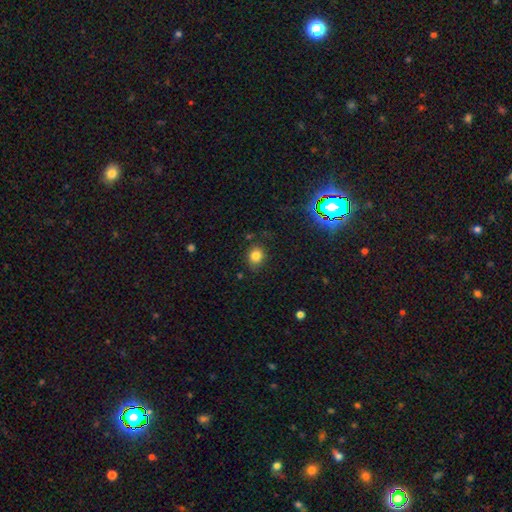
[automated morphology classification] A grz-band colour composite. It shows a smooth galaxy with no disk features (81%) that is round (67%). Merging: none (78%).